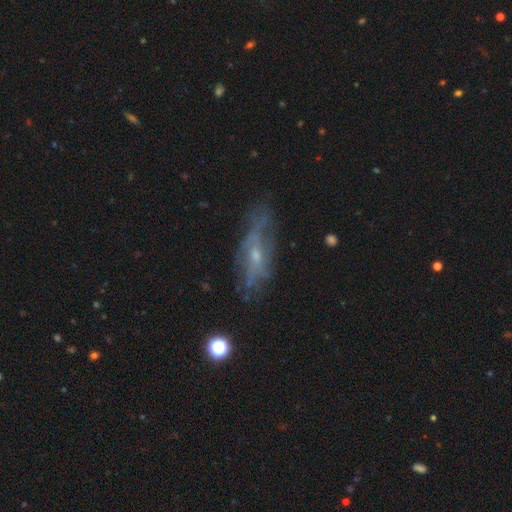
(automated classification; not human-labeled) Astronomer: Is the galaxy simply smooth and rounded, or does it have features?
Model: featured or disk — 64%.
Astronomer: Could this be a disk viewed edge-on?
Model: no — 69%.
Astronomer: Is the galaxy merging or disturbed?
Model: none — 58%.